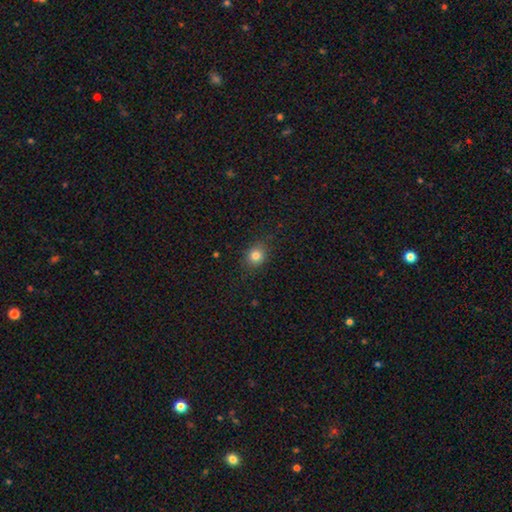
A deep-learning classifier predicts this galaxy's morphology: smooth 81%, star or artifact 12%, featured or disk 7%. Down the decision tree: how rounded — round (66%); merging — none (85%).